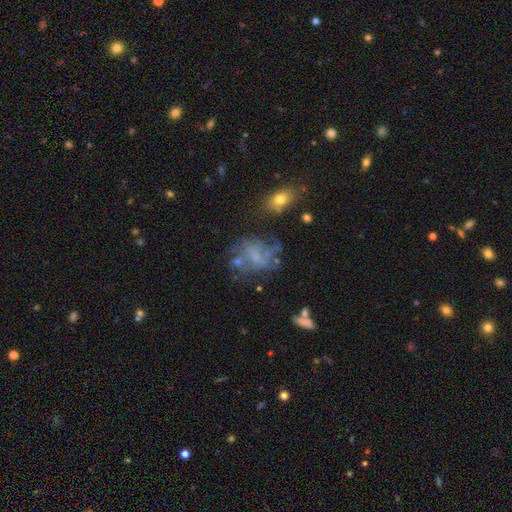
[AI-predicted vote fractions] Smooth or featured? Predicted: featured or disk (p=0.53). Edge-on disk? Predicted: no (p=0.97). Bar? Predicted: no (p=0.70). Spiral arms? Predicted: no (p=0.61). Bulge size? Predicted: none (p=0.44). Merging? Predicted: none (p=0.44).